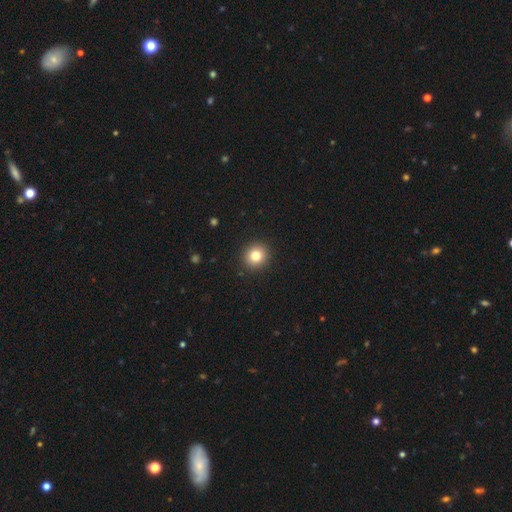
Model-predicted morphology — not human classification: Q: Smooth or featured?
A: smooth (81%); runner-up: star or artifact (11%)
Q: How rounded?
A: round (90%); runner-up: in between (9%)
Q: Merging?
A: none (92%); runner-up: minor disturbance (5%)